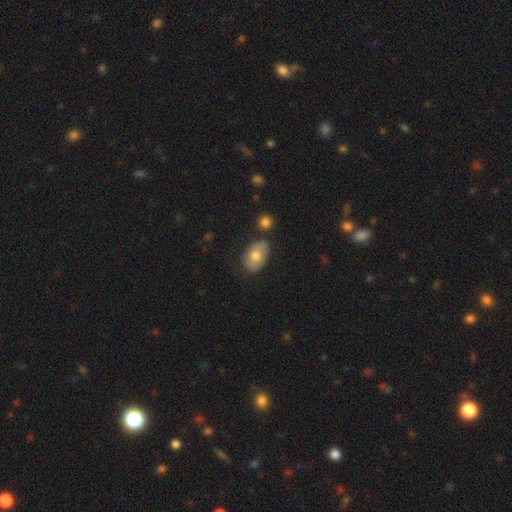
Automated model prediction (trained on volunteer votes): This is likely a smooth galaxy (61%). How rounded: clearly in between (84%). Merging: likely none (70%).